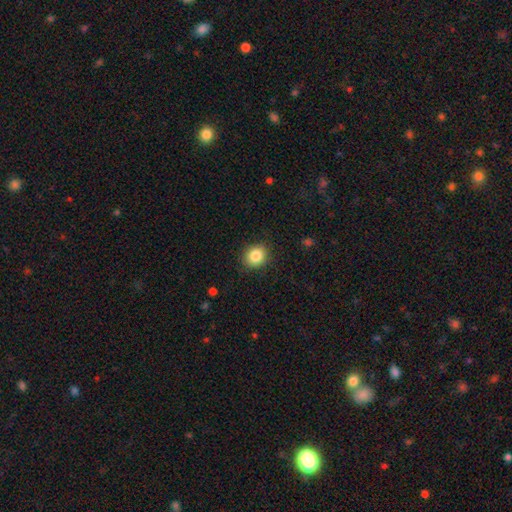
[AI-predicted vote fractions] smooth-or-featured: smooth: 85% | star or artifact: 9% | featured or disk: 6%
  how-rounded: round: 70% | in between: 29% | cigar-shaped: 1%
  merging: none: 87% | minor disturbance: 10% | major disturbance: 3% | merger: 1%